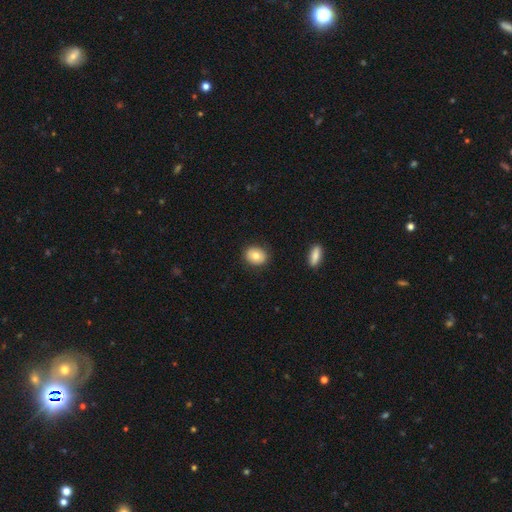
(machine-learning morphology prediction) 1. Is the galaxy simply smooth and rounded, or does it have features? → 80% smooth, 12% featured or disk, 8% star or artifact.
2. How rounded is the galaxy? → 53% in between, 46% round, 1% cigar-shaped.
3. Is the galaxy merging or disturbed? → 87% none, 9% minor disturbance, 2% major disturbance, 1% merger.